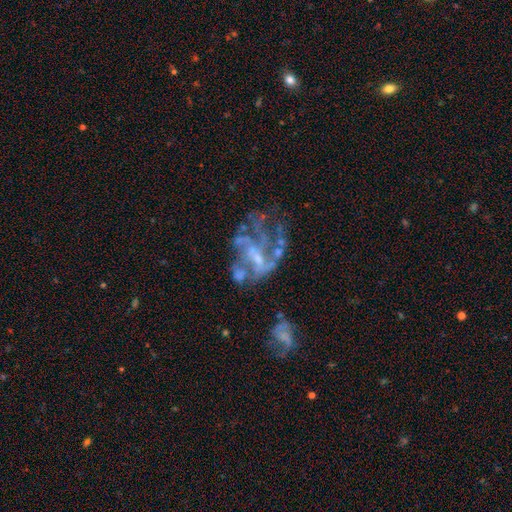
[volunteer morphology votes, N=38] A featured or disk galaxy (79%) with no bar (60%), no spiral arms (67%) and a small central bulge (47%).

Vote fractions:
- Smooth or featured? featured or disk: 79% / smooth: 16% / star or artifact: 5%
- Edge-on disk? no: 100% / yes: 0%
- Bar? no: 60% / weak: 33% / strong: 7%
- Spiral arms? no: 67% / yes: 33%
- Bulge size? small: 47% / moderate: 27% / none: 23% / dominant: 3% / large: 0%
- Merging? major disturbance: 39% / none: 36% / minor disturbance: 19% / merger: 6%